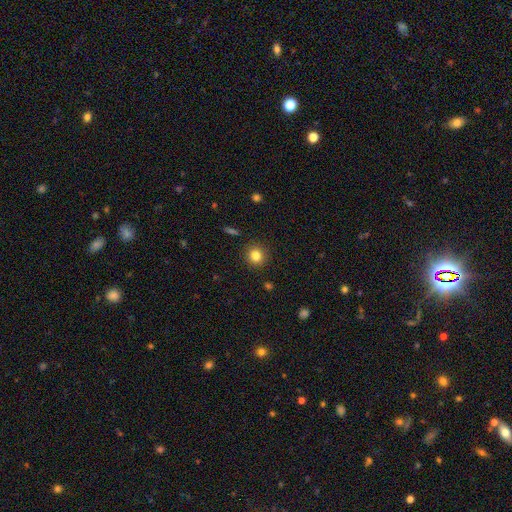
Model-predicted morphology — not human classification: A smooth galaxy with no disk features (82%) that is round (91%).

Vote fractions:
- Smooth or featured? smooth: 82% / star or artifact: 12% / featured or disk: 6%
- How rounded? round: 91% / in between: 8% / cigar-shaped: 1%
- Merging? none: 91% / minor disturbance: 6% / major disturbance: 2% / merger: 1%